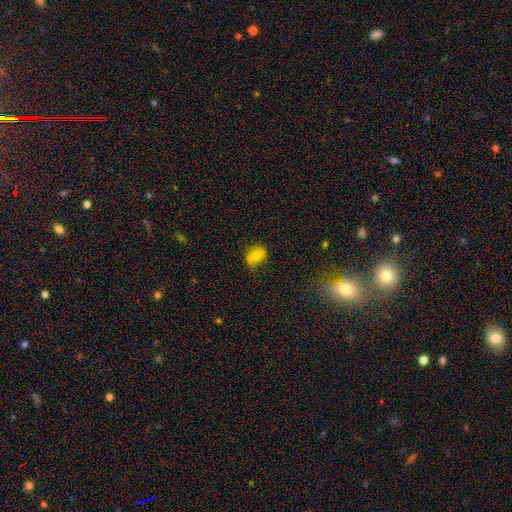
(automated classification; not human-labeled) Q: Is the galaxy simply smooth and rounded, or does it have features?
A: smooth — 74%.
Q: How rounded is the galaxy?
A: in between — 70%.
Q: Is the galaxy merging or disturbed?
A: none — 59%.